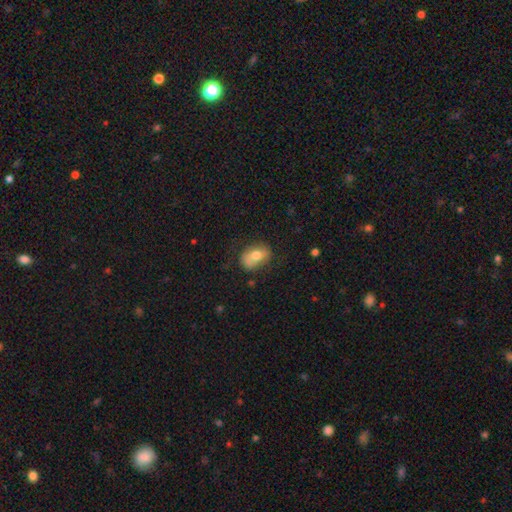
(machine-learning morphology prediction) Overall: smooth (67%). How rounded: in between (82%). Merging: none (64%; minor disturbance 25%).